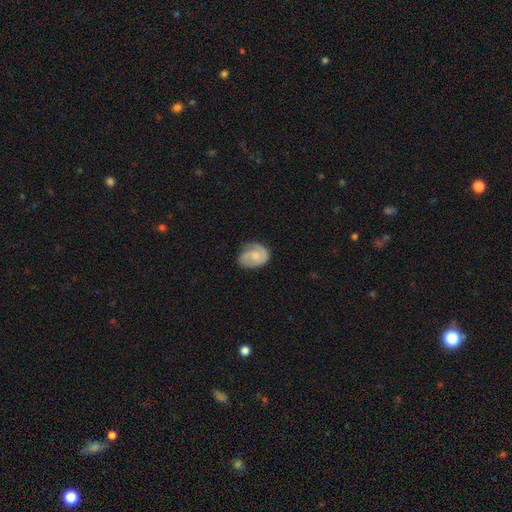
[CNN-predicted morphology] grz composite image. It shows a featured or disk galaxy (57%) with no bar (69%), spiral arms (88%) and a small central bulge (41%). Merging: none (60%).